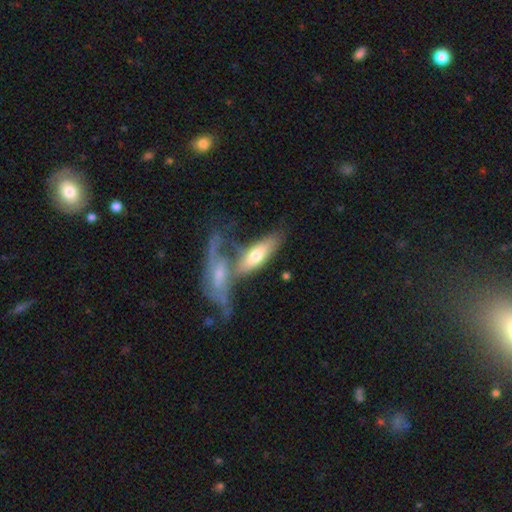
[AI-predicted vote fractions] This is possibly a smooth galaxy (49%). Merging: possibly merger (53%).